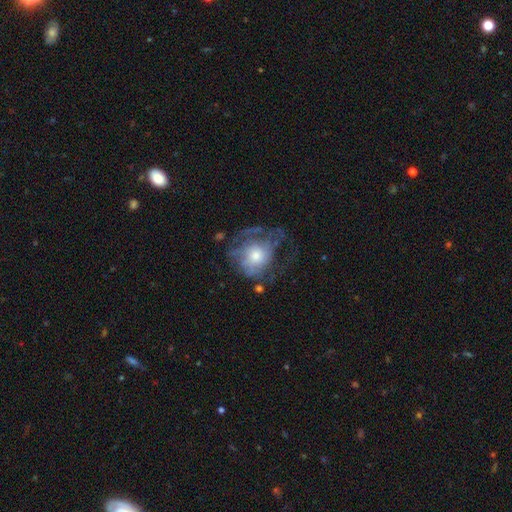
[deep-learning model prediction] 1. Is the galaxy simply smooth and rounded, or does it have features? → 58% featured or disk, 32% smooth, 9% star or artifact.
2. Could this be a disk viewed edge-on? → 96% no, 4% yes.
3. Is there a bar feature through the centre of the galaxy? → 84% no, 14% weak, 3% strong.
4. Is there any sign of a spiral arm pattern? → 52% yes, 48% no.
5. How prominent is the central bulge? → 56% moderate, 25% small, 15% large, 2% none, 2% dominant.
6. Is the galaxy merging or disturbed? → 39% none, 37% major disturbance, 21% minor disturbance, 3% merger.